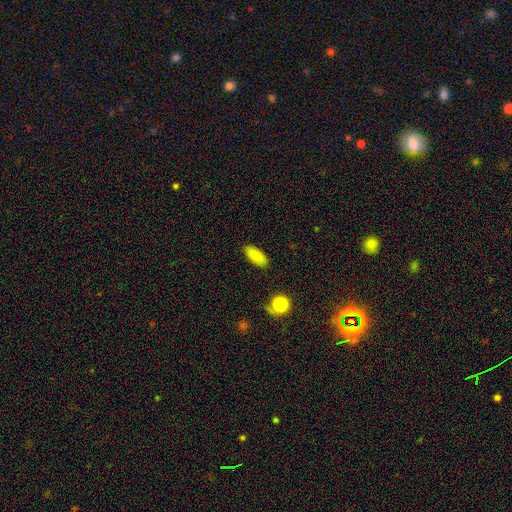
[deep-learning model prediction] The model was most divided on "how rounded": in between: 85%, cigar-shaped: 12%, round: 3%. More confident: merging — none (87%); smooth or featured — smooth (85%).